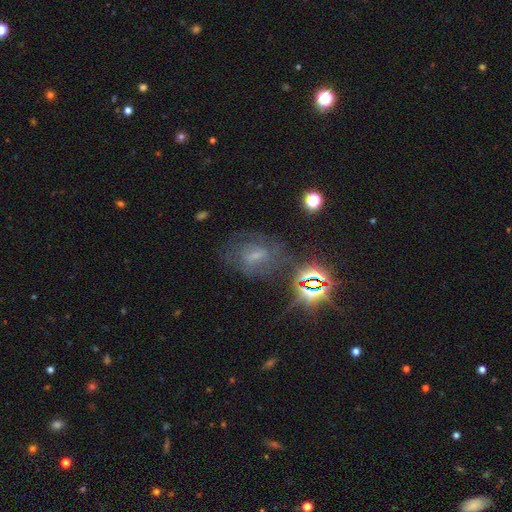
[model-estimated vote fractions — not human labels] A featured or disk galaxy (43%). Merging: none (54%).